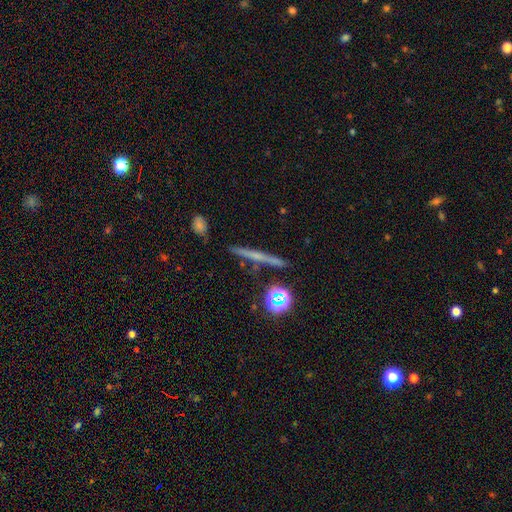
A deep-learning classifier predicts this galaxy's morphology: A featured or disk galaxy (44%). Merging: none (85%).